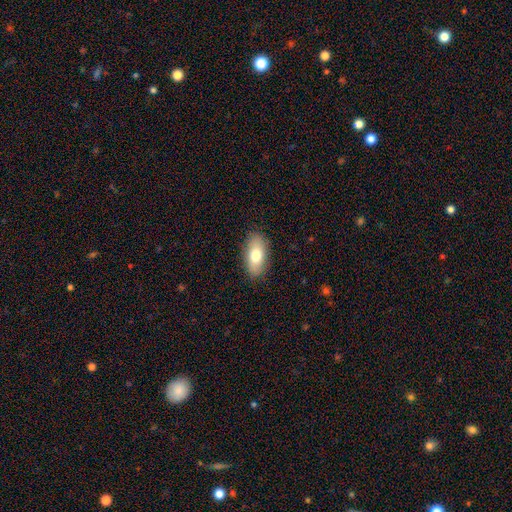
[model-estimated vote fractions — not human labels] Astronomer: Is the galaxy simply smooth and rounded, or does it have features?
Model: smooth — 75%.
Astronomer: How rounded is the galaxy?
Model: in between — 88%.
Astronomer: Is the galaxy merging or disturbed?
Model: none — 87%.